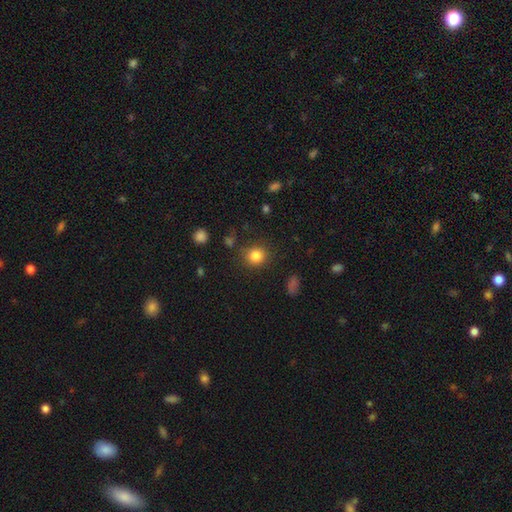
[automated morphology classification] A smooth galaxy with no disk features (83%) that is round (86%). Merging: none (85%).